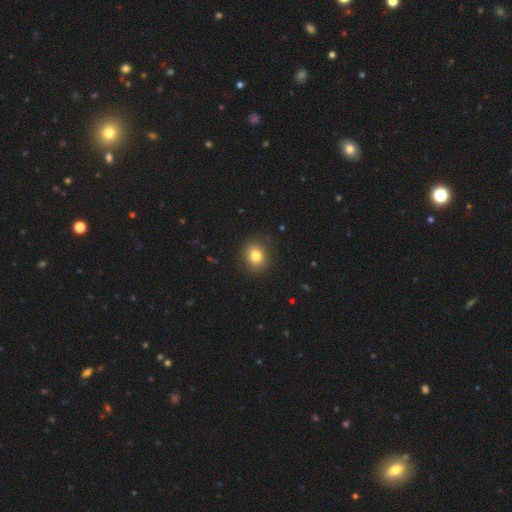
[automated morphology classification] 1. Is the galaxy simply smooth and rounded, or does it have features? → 81% smooth, 11% star or artifact, 8% featured or disk.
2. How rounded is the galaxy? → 70% round, 29% in between, 1% cigar-shaped.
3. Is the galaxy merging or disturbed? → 89% none, 8% minor disturbance, 2% major disturbance, 1% merger.